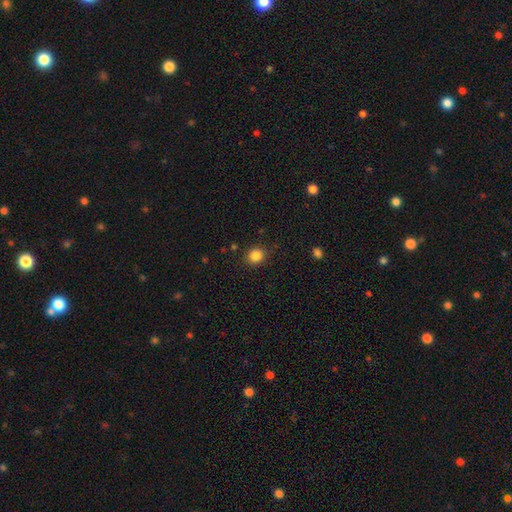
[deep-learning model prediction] Smooth or featured? Predicted: smooth (p=0.85). How rounded? Predicted: round (p=0.73). Merging? Predicted: none (p=0.88).